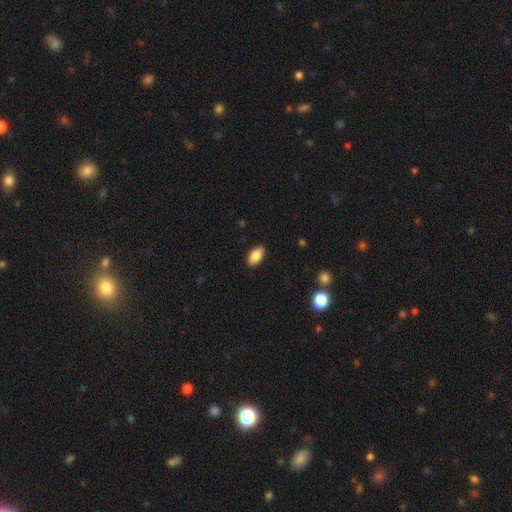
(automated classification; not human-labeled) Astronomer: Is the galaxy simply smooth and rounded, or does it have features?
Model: smooth — 87%.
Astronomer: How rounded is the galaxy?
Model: in between — 92%.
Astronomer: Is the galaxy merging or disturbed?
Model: none — 89%.